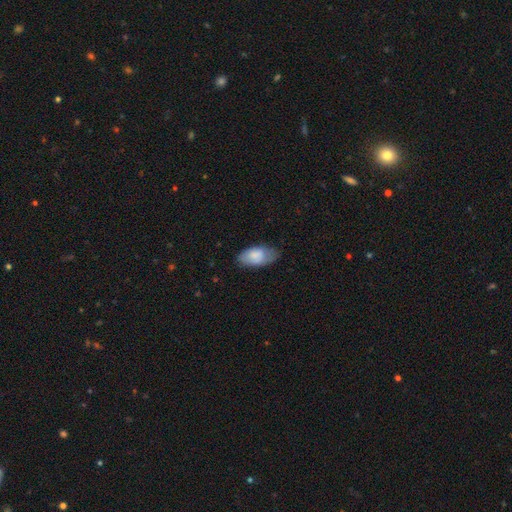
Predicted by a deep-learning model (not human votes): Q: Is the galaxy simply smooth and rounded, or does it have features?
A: smooth — 79%.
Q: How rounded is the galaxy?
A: in between — 94%.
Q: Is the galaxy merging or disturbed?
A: none — 59%.